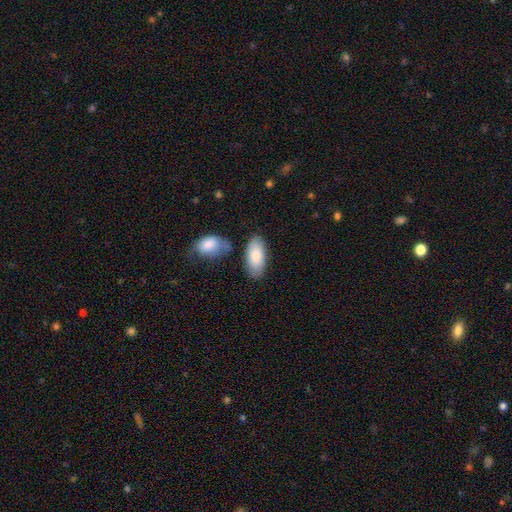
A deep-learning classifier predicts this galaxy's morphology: type=smooth (84%); roundness=in between (90%); merging=none (72%).